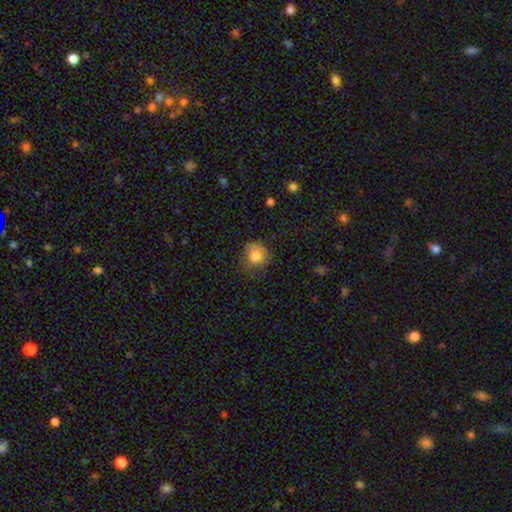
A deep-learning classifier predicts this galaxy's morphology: This is clearly a smooth galaxy (81%). How rounded: clearly round (82%). Merging: likely none (66%).